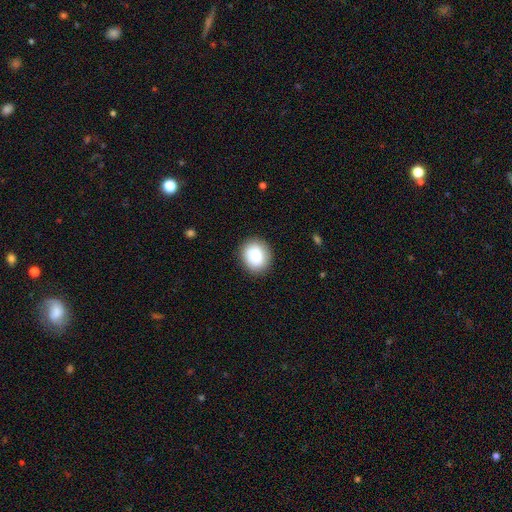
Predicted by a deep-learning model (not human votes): A smooth galaxy with no disk features (83%) that is round (67%).

Vote fractions:
- Smooth or featured? smooth: 83% / featured or disk: 9% / star or artifact: 8%
- How rounded? round: 67% / in between: 32% / cigar-shaped: 1%
- Merging? none: 88% / minor disturbance: 9% / major disturbance: 3% / merger: 1%